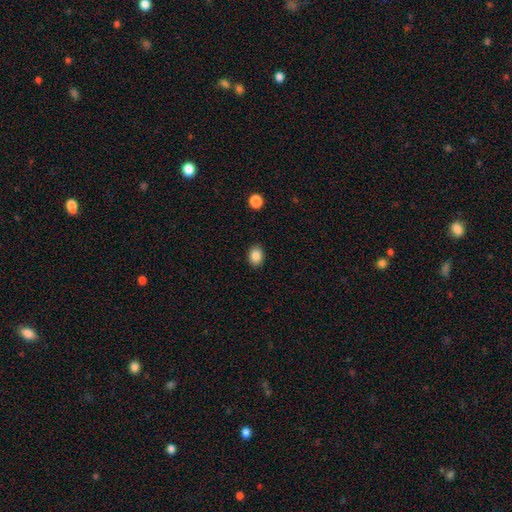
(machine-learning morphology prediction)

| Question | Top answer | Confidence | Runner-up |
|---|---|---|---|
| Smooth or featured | smooth | 85% | star or artifact (9%) |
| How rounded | in between | 57% | round (42%) |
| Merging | none | 89% | minor disturbance (7%) |